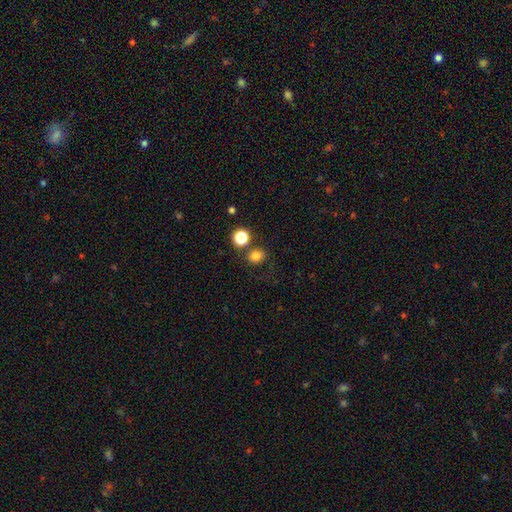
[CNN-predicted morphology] Q: Smooth or featured?
A: smooth (77%); runner-up: star or artifact (16%)
Q: How rounded?
A: round (65%); runner-up: in between (34%)
Q: Merging?
A: none (72%); runner-up: minor disturbance (12%)